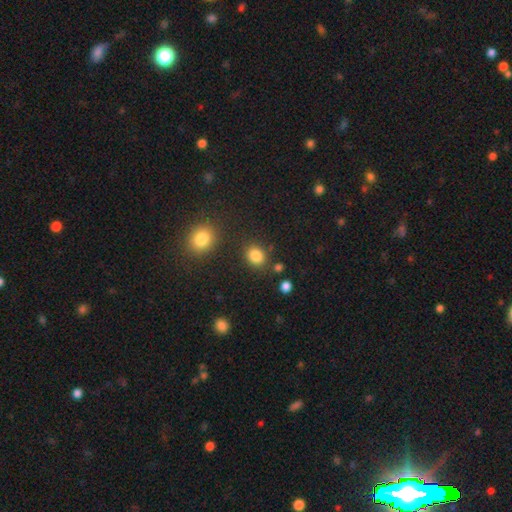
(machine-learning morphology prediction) smooth_or_featured: smooth (p=0.84) [alt: star or artifact p=0.12]
how_rounded: round (p=0.60) [alt: in between p=0.39]
merging: none (p=0.81) [alt: minor disturbance p=0.10]